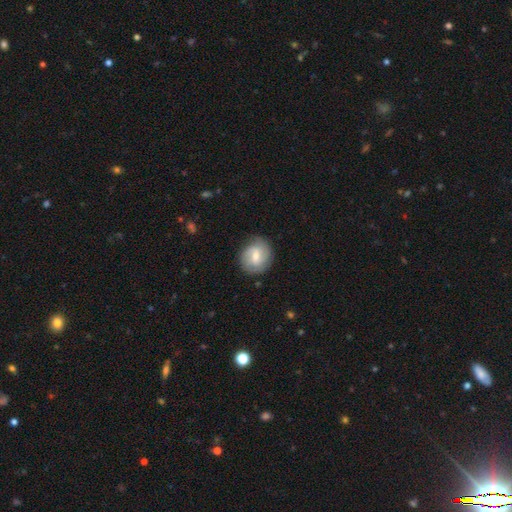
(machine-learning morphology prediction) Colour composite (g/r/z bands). It shows a featured or disk galaxy (49%). Merging: none (78%).